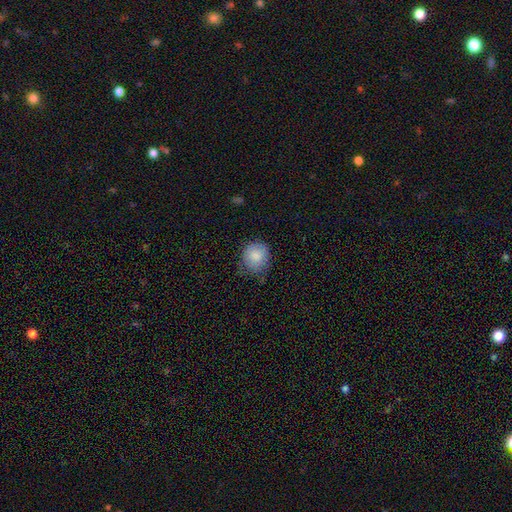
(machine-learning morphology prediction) This appears to be a smooth galaxy with no disk features (84%) that is round (76%). Merging: none (61%).